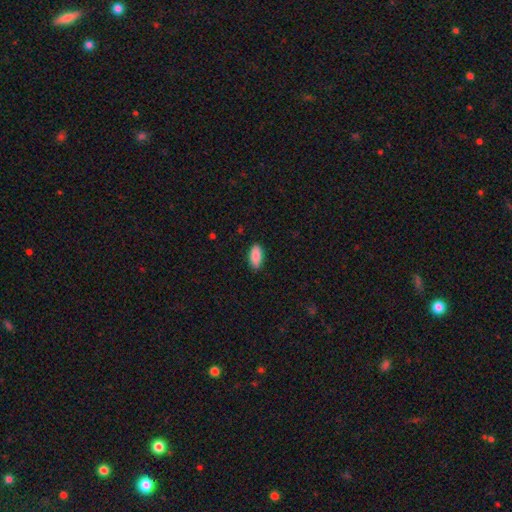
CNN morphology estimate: type=smooth (90%); roundness=in between (91%); merging=none (87%).